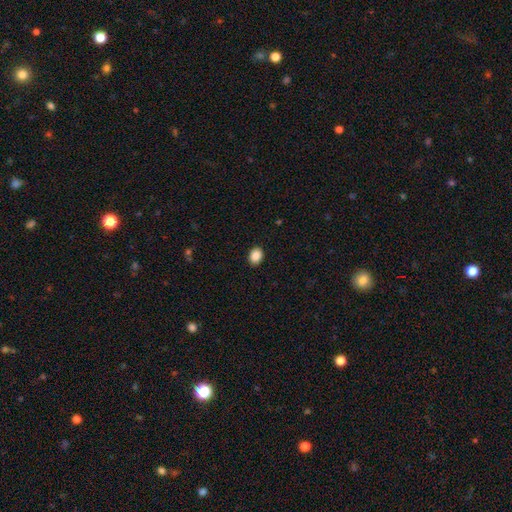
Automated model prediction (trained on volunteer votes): The model was most divided on "how rounded": in between: 61%, round: 38%, cigar-shaped: 1%. More confident: merging — none (91%); smooth or featured — smooth (88%).